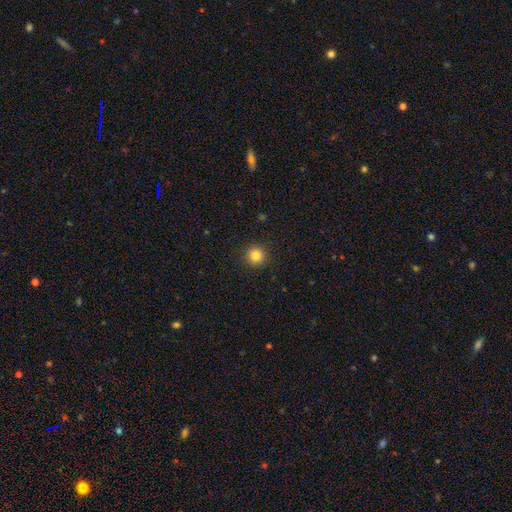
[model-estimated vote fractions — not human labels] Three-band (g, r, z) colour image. It shows a smooth galaxy with no disk features (84%) that is round (96%). Merging: none (92%).